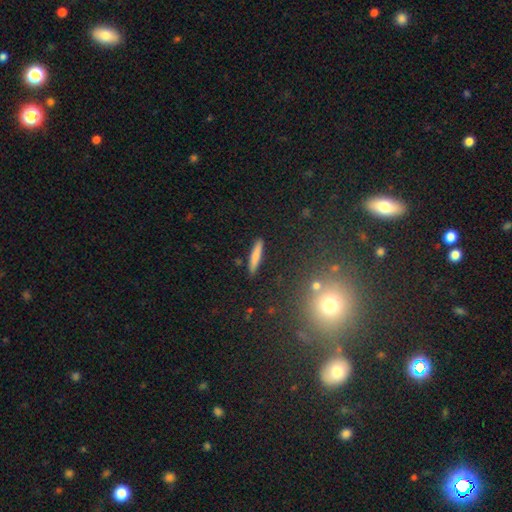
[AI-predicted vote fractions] The model was most divided on "smooth or featured": smooth: 78%, featured or disk: 15%, star or artifact: 7%. More confident: how rounded — cigar-shaped (92%); merging — none (90%).